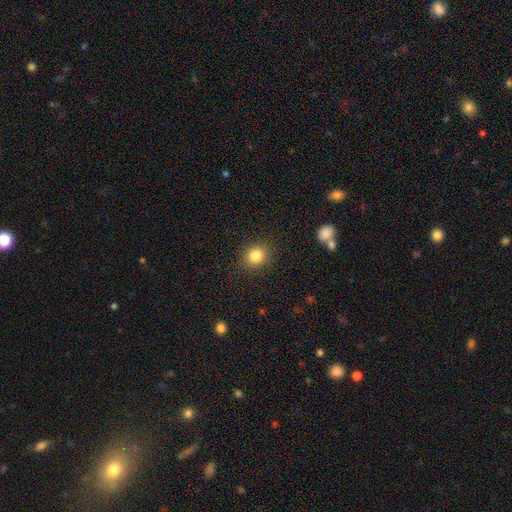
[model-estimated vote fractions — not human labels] Smooth or featured: smooth — 84% (star or artifact — 11%)
How rounded: round — 74% (in between — 25%)
Merging: none — 88% (minor disturbance — 8%)